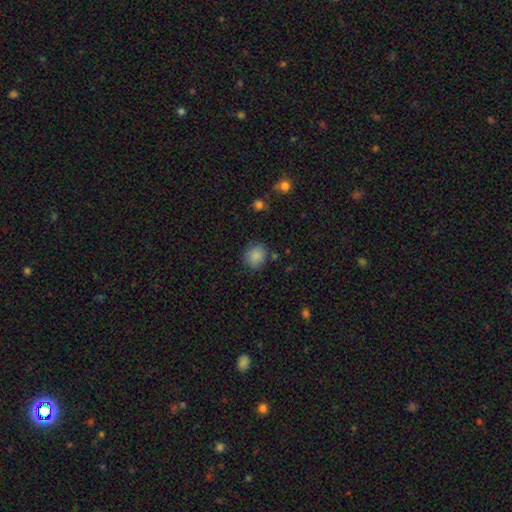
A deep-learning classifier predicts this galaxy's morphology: This is clearly a smooth galaxy (86%). How rounded: likely round (70%). Merging: clearly none (80%).